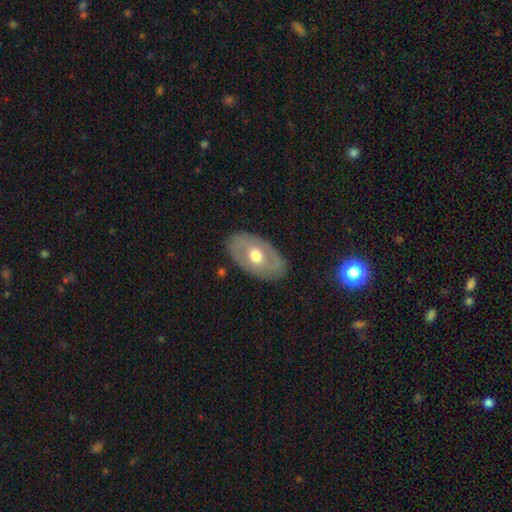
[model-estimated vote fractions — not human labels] Q: Smooth or featured?
A: smooth (48%); runner-up: featured or disk (47%)
Q: Merging?
A: none (84%); runner-up: minor disturbance (12%)